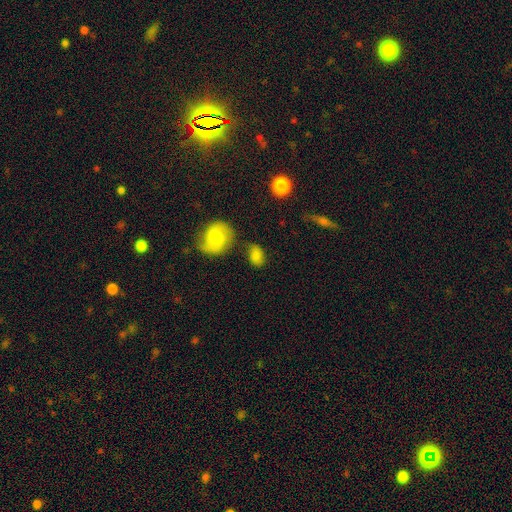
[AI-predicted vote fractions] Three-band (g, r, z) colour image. It shows a smooth galaxy with no disk features (74%) that is in between round and cigar-shaped (76%). Merging: none (65%).